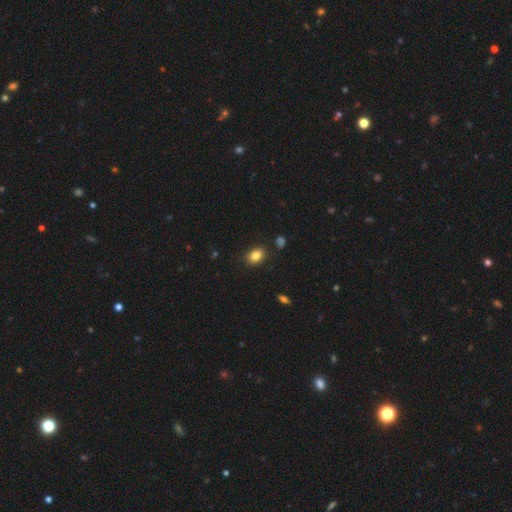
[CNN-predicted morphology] This is clearly a smooth galaxy (83%). How rounded: likely in between (72%). Merging: clearly none (85%).